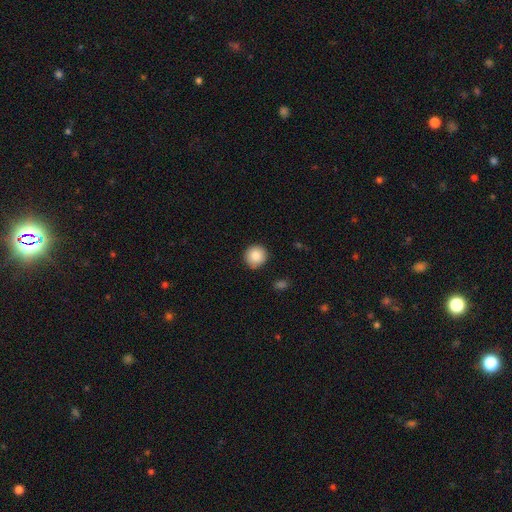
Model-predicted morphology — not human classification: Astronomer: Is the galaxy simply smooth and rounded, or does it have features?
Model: smooth — 87%.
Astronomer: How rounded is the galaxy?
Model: round — 94%.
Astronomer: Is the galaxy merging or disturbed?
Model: none — 89%.